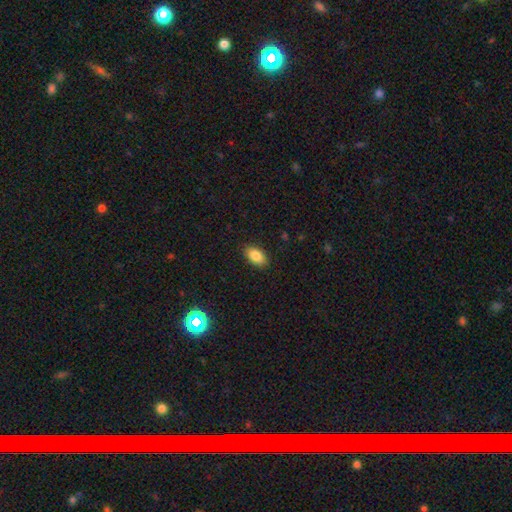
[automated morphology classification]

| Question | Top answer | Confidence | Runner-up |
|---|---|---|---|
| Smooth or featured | smooth | 86% | star or artifact (8%) |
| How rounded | in between | 92% | round (6%) |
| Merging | none | 88% | minor disturbance (9%) |